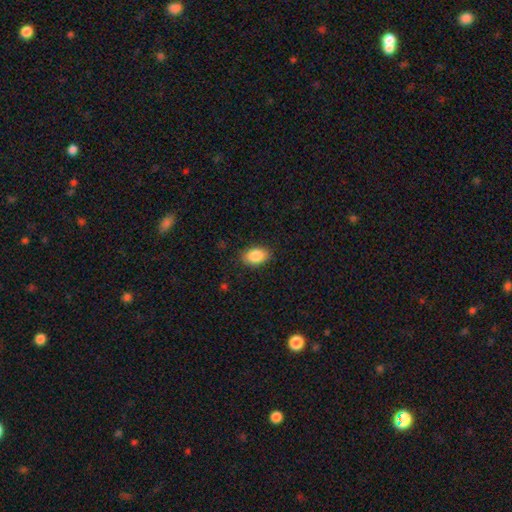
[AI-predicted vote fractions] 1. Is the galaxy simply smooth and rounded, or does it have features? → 87% smooth, 7% star or artifact, 5% featured or disk.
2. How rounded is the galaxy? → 88% in between, 11% round, 1% cigar-shaped.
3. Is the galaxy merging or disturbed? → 87% none, 10% minor disturbance, 3% major disturbance, 1% merger.